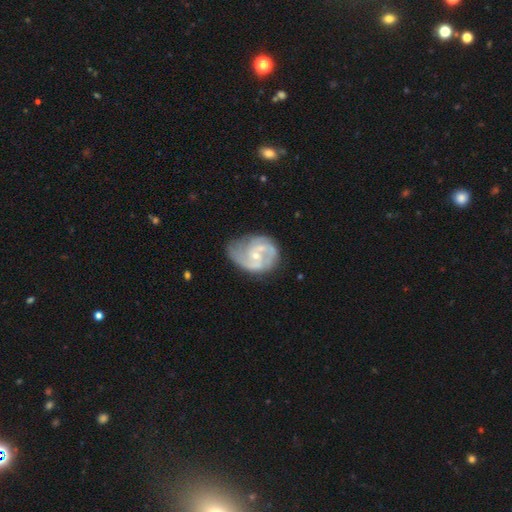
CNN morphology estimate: The model was most divided on "bar": no: 56%, weak: 37%, strong: 7%. Remaining: edge-on disk — no (98%); spiral arms — yes (95%); smooth or featured — featured or disk (85%); bulge size — small (68%); spiral arm count — 2 (56%); merging — none (55%); spiral winding — medium (50%).